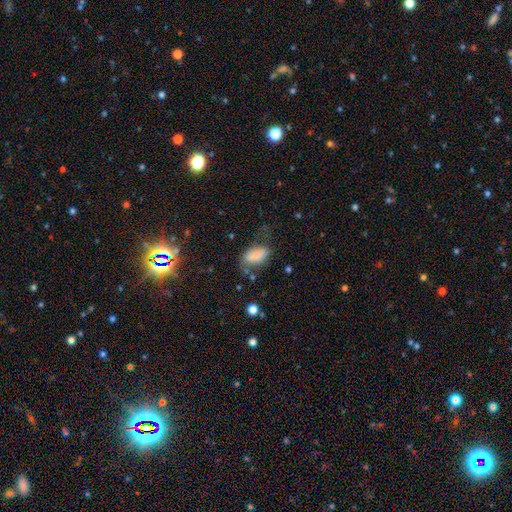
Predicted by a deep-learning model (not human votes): Q: Smooth or featured?
A: smooth (77%); runner-up: featured or disk (14%)
Q: How rounded?
A: in between (92%); runner-up: round (5%)
Q: Merging?
A: none (42%); runner-up: minor disturbance (30%)